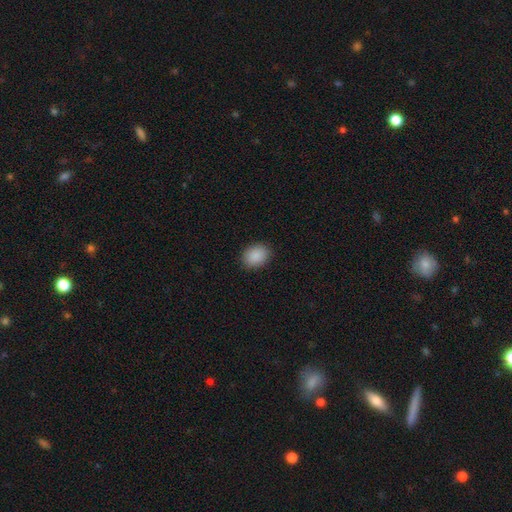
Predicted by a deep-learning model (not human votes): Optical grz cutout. It shows a smooth galaxy with no disk features (90%) that is in between round and cigar-shaped (55%). Merging: none (89%).